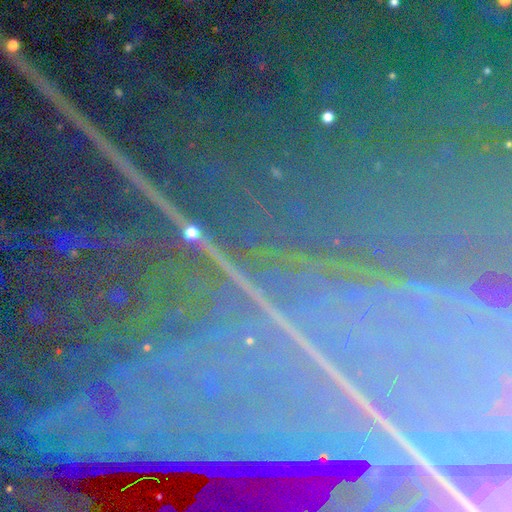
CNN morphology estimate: Overall: star or artifact (88%).